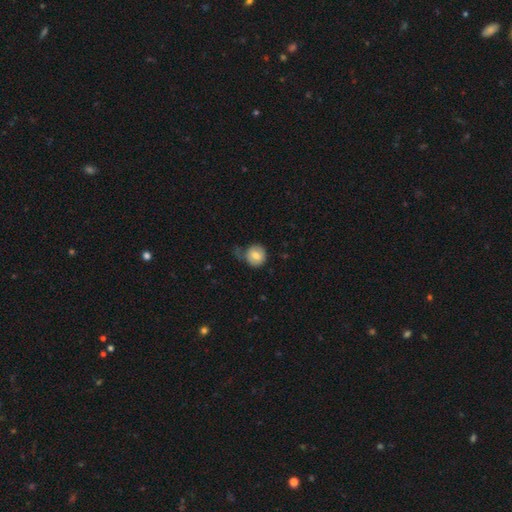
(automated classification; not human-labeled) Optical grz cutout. It shows a smooth galaxy with no disk features (71%) that is round (85%). Merging: none (51%).